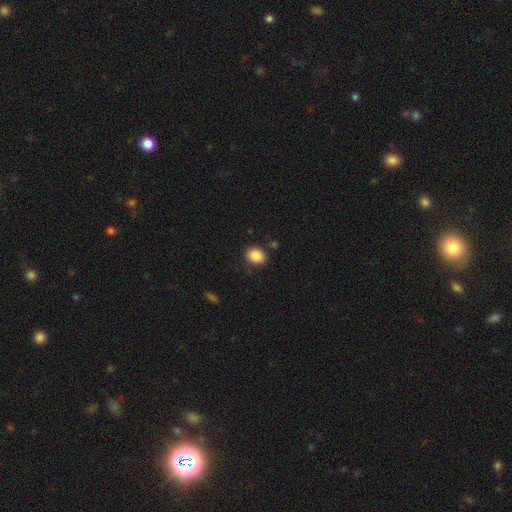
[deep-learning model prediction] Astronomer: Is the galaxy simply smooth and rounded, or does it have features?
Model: smooth — 88%.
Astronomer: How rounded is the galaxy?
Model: in between — 50% (runner-up: round, 49%).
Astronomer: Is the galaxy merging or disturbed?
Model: none — 84%.